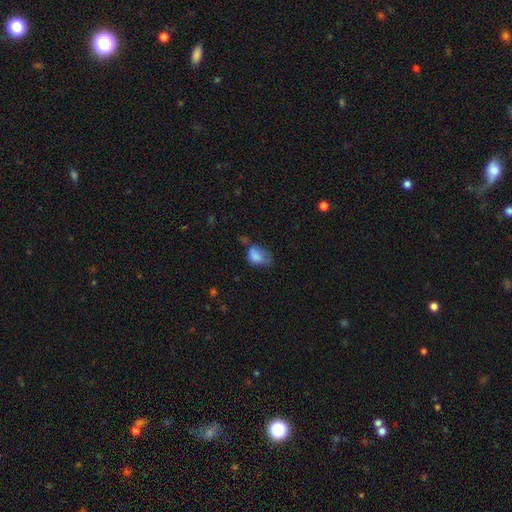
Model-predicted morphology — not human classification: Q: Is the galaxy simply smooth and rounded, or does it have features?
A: smooth — 78%.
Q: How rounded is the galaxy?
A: in between — 80%.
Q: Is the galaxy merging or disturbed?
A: minor disturbance — 39%.